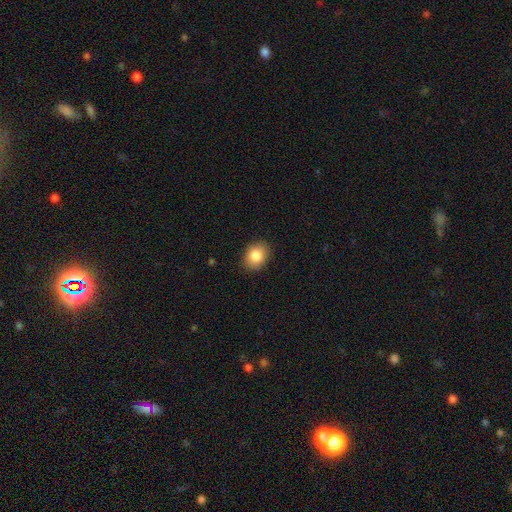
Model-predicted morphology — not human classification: A smooth galaxy with no disk features (84%) that is in between round and cigar-shaped (57%). Merging: none (87%).